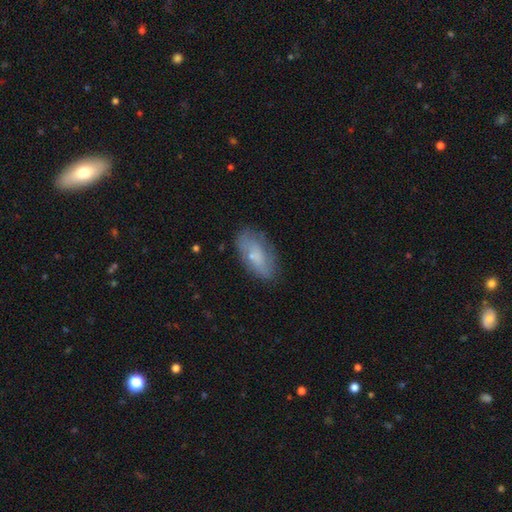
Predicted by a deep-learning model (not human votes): Smooth or featured? Predicted: smooth (p=0.53). How rounded? Predicted: in between (p=0.89). Merging? Predicted: none (p=0.71).